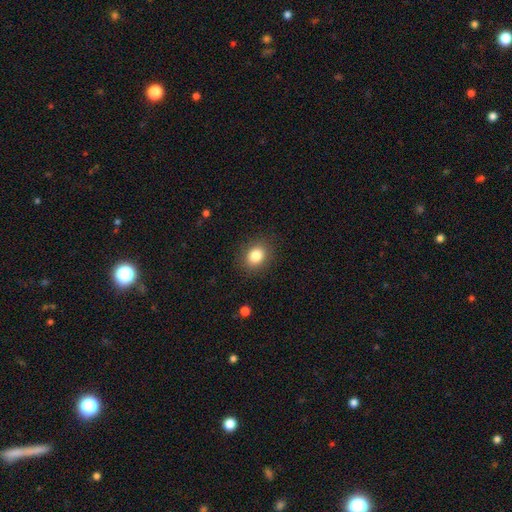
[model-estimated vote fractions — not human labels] Overall: smooth (83%). How rounded: round (56%; in between 43%). Merging: none (88%).